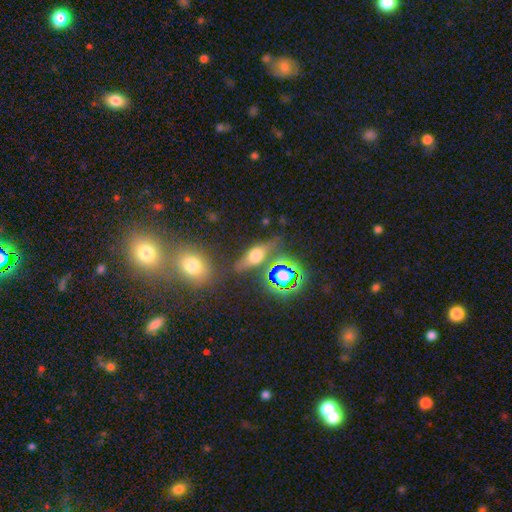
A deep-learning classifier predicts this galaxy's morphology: This is marginally a smooth galaxy (41%). Merging: likely none (72%).